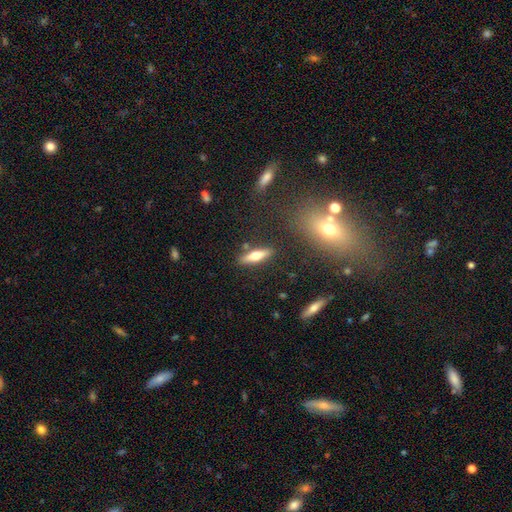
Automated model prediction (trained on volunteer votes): Smooth or featured? smooth (52%)
How rounded? cigar-shaped (63%)
Merging? none (85%)